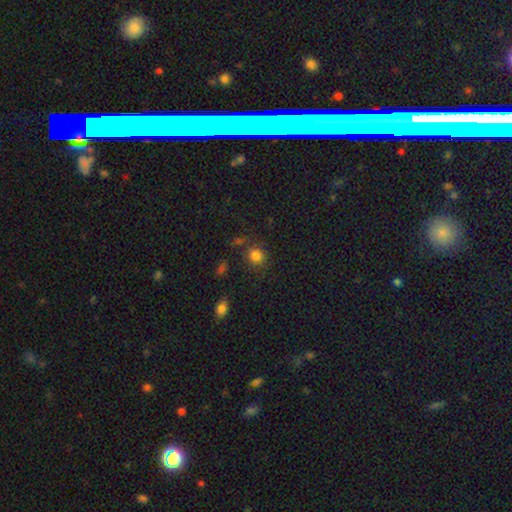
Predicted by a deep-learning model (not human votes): This appears to be a smooth galaxy with no disk features (81%) that is round (78%). Merging: none (78%).